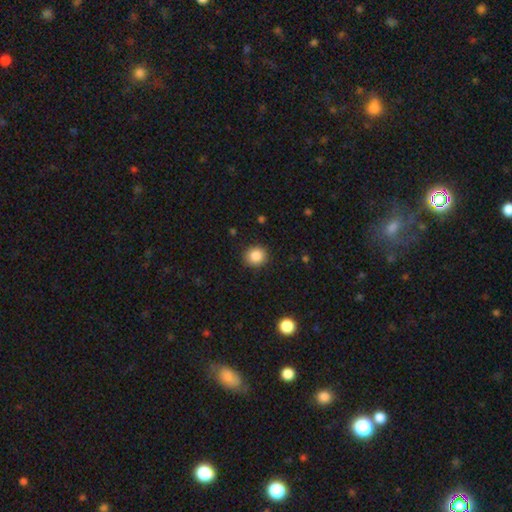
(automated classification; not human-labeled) smooth_or_featured: smooth (p=0.86) [alt: star or artifact p=0.10]
how_rounded: round (p=0.85) [alt: in between p=0.14]
merging: none (p=0.89) [alt: minor disturbance p=0.08]